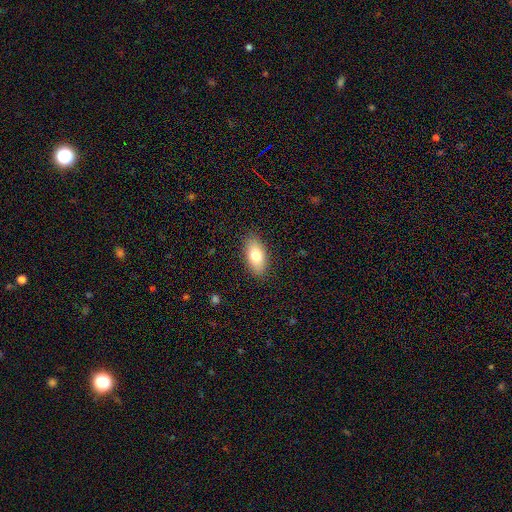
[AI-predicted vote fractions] Overall: smooth (78%). How rounded: in between (89%). Merging: none (87%).